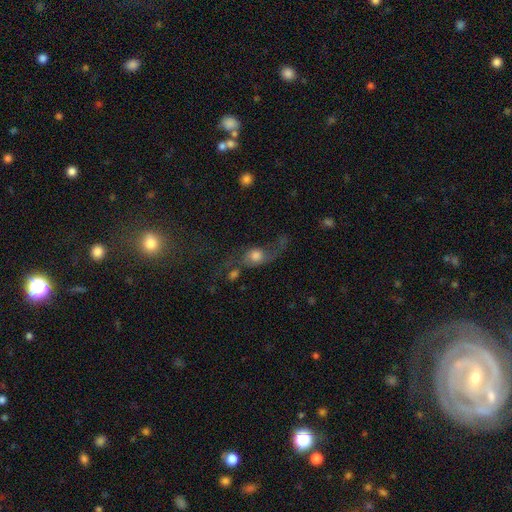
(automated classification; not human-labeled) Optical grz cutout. It shows a smooth galaxy with no disk features (47%). Merging: major disturbance (36%).